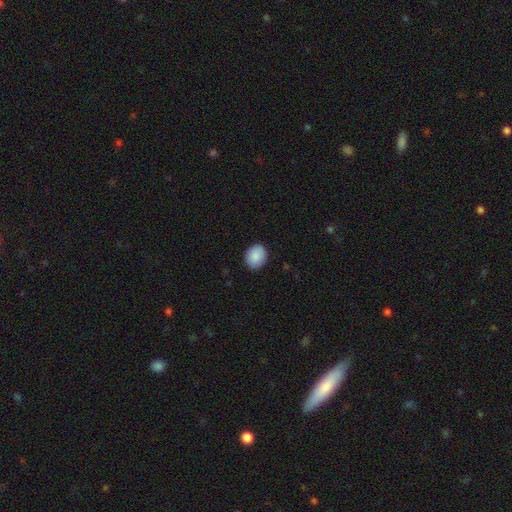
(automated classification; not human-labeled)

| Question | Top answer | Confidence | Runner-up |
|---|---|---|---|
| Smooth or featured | smooth | 89% | star or artifact (7%) |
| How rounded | round | 56% | in between (43%) |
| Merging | none | 89% | minor disturbance (8%) |